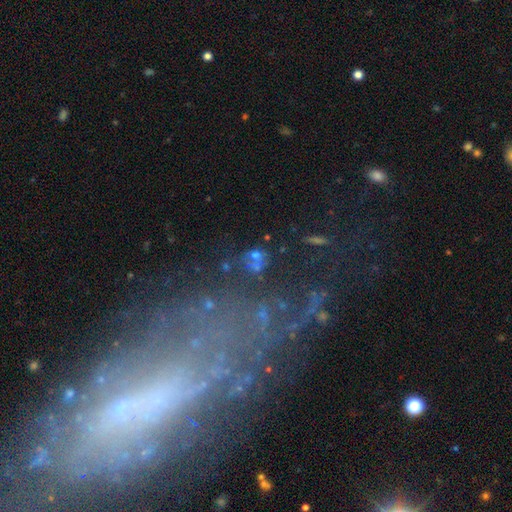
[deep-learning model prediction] Morphology: type=smooth (43%); merging=none (45%).